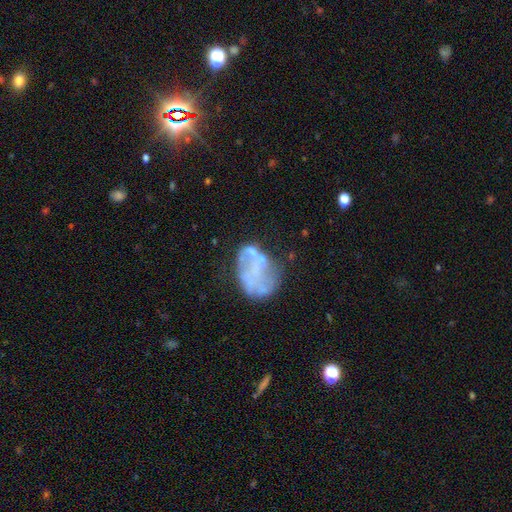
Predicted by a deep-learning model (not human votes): This is possibly a featured or disk galaxy (54%). It is clearly not viewed edge-on (98%). Bar: clearly no (87%). Spiral arm pattern: clearly no (87%). Central bulge: likely none (70%). Merging: marginally none (35%).